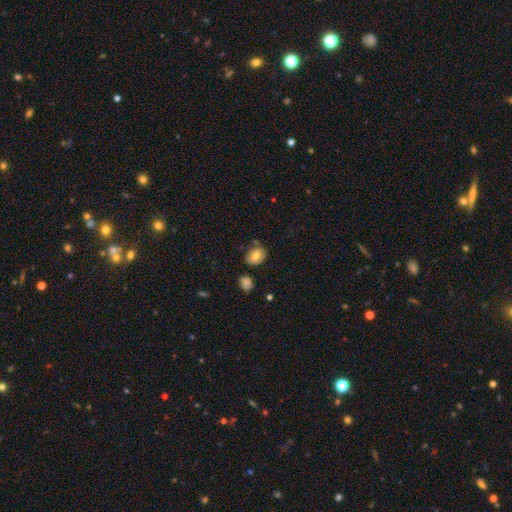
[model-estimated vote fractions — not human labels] This appears to be a smooth galaxy with no disk features (75%) that is in between round and cigar-shaped (55%). Merging: none (69%).